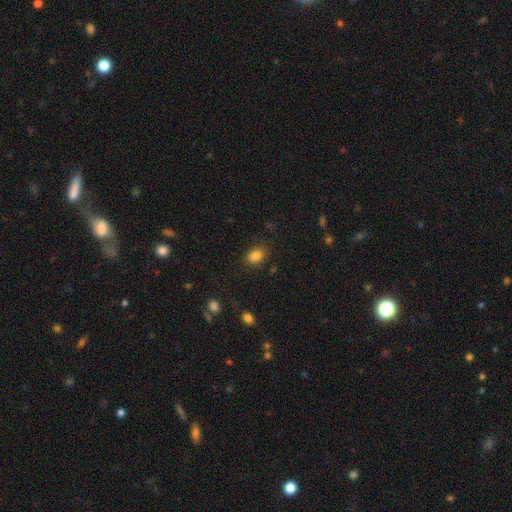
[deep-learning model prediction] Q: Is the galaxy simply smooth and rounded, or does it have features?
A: smooth — 84%.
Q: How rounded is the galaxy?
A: in between — 77%.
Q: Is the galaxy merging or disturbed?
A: none — 82%.